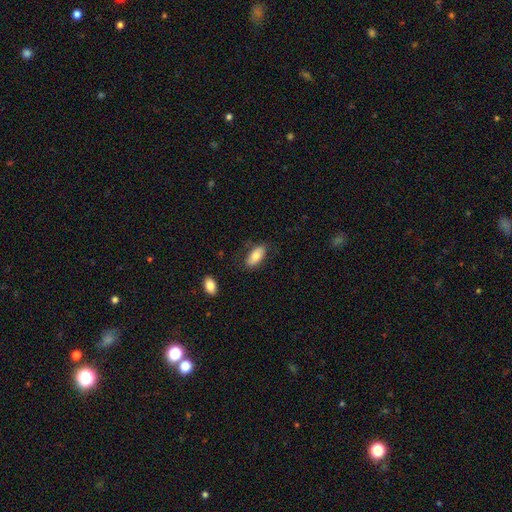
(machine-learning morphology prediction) The model was most divided on "merging": none: 74%, minor disturbance: 18%, major disturbance: 6%, merger: 2%. More confident: how rounded — in between (90%); smooth or featured — smooth (77%).